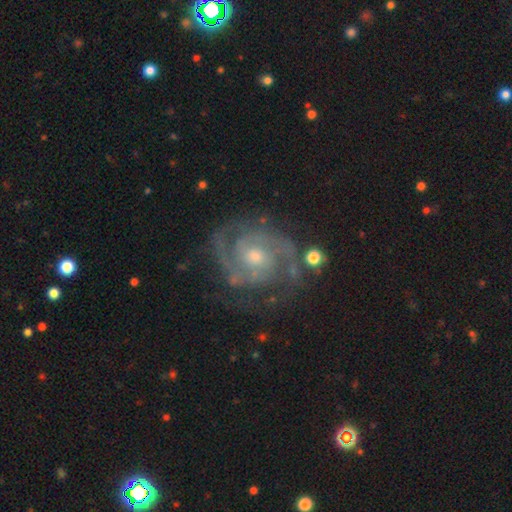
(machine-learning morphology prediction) This is clearly a featured or disk galaxy (90%). It is clearly not viewed edge-on (98%). Bar: likely no (66%). Spiral arm pattern: clearly yes (97%). Spiral arm count: likely 2 (66%). Spiral winding: possibly tight (57%). Central bulge: possibly moderate (54%). Merging: likely none (71%).